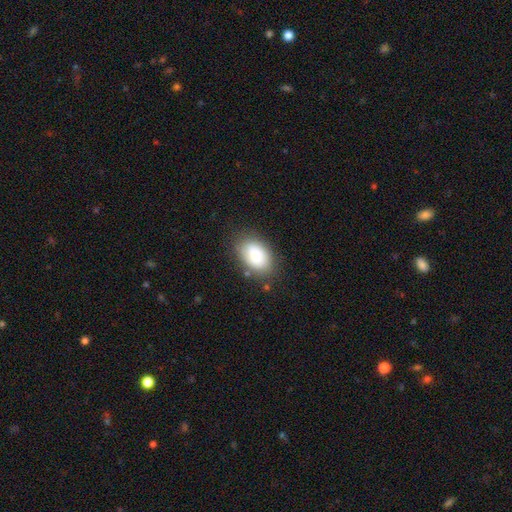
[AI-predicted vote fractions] Smooth or featured? smooth (85%)
How rounded? in between (90%)
Merging? none (75%)